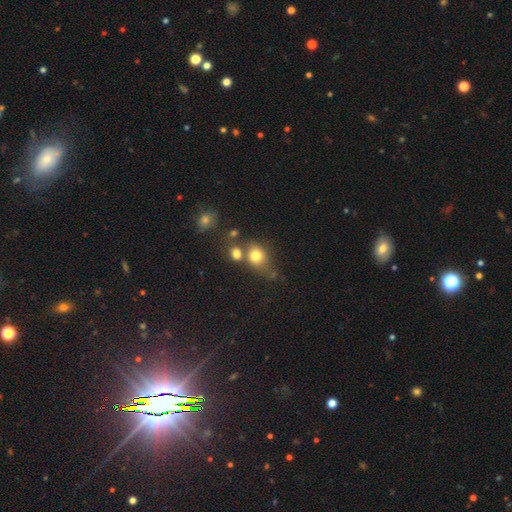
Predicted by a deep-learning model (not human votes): Smooth or featured: smooth — 76% (star or artifact — 13%)
How rounded: round — 61% (in between — 38%)
Merging: none — 49% (merger — 28%)